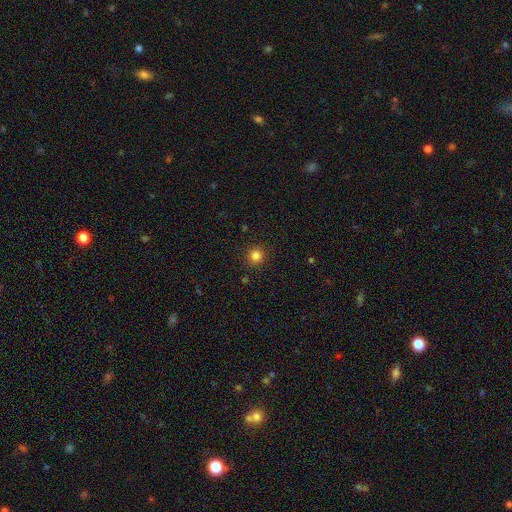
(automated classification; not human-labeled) This appears to be a smooth galaxy with no disk features (83%) that is round (94%). Merging: none (91%).